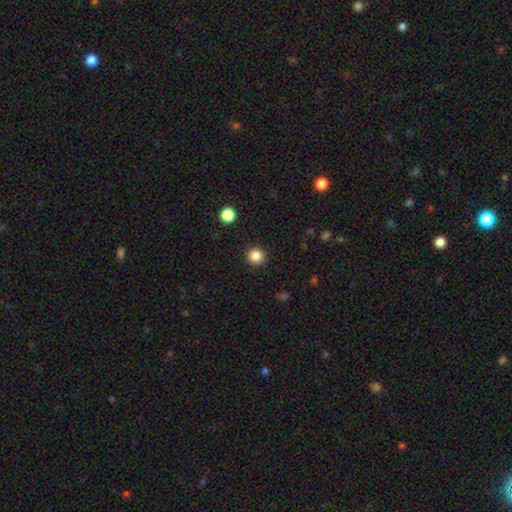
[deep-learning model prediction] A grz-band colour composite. It shows a smooth galaxy with no disk features (85%) that is round (95%). Merging: none (92%).